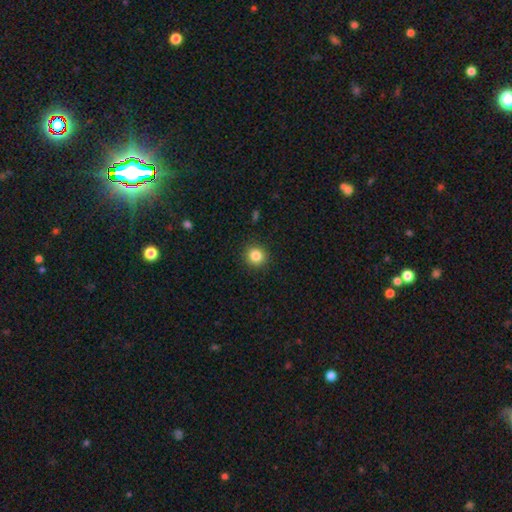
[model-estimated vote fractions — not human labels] smooth_or_featured: smooth (p=0.85) [alt: star or artifact p=0.10]
how_rounded: round (p=0.91) [alt: in between p=0.08]
merging: none (p=0.91) [alt: minor disturbance p=0.06]